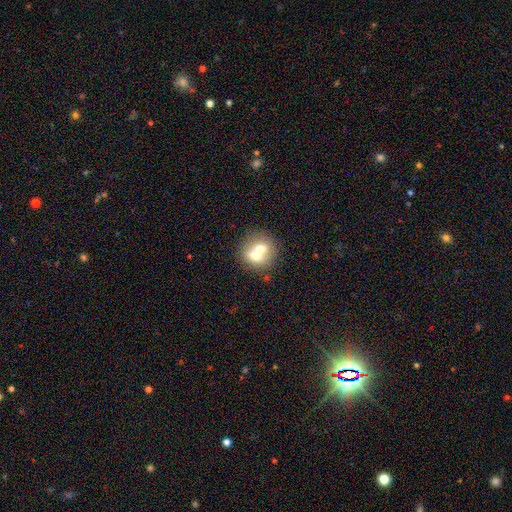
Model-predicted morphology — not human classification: This appears to be a smooth galaxy with no disk features (63%) that is round (78%). Merging: merger (57%).